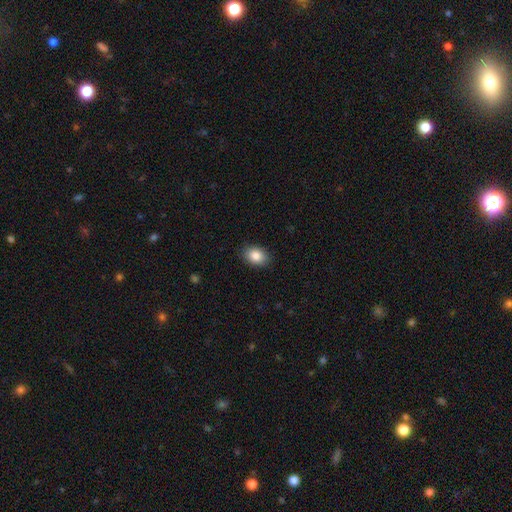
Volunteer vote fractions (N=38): A smooth galaxy with no disk features (92%) that is in between round and cigar-shaped (80%). Merging: none (95%).